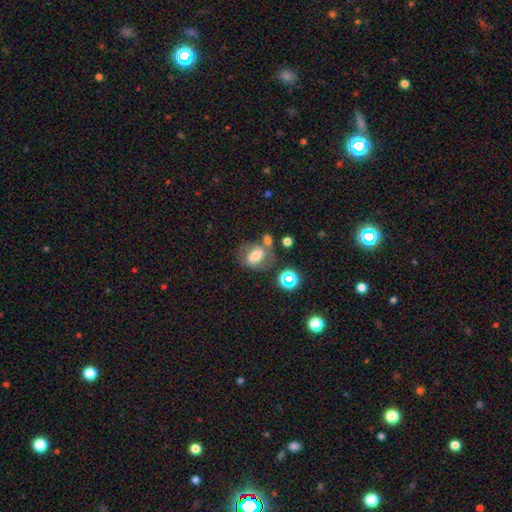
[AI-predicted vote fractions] Smooth or featured?
  - smooth: 57% *
  - featured or disk: 30%
  - star or artifact: 13%
How rounded?
  - in between: 66% *
  - round: 31%
  - cigar-shaped: 2%
Merging?
  - none: 47% *
  - merger: 23%
  - minor disturbance: 18%
  - major disturbance: 12%